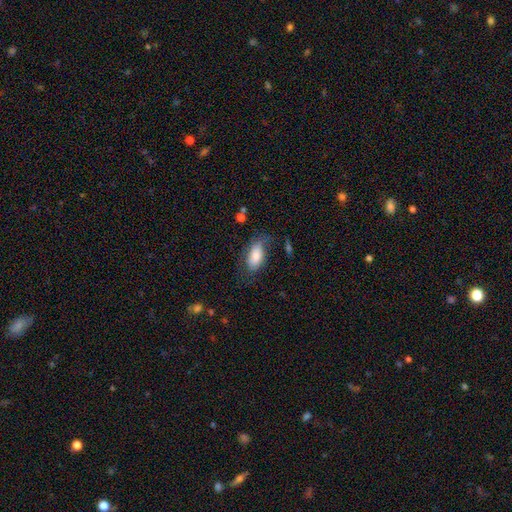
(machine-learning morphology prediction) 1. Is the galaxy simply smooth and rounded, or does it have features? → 77% smooth, 17% featured or disk, 7% star or artifact.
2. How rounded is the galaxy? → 92% in between, 5% cigar-shaped, 3% round.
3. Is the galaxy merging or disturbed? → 56% none, 26% minor disturbance, 15% major disturbance, 3% merger.